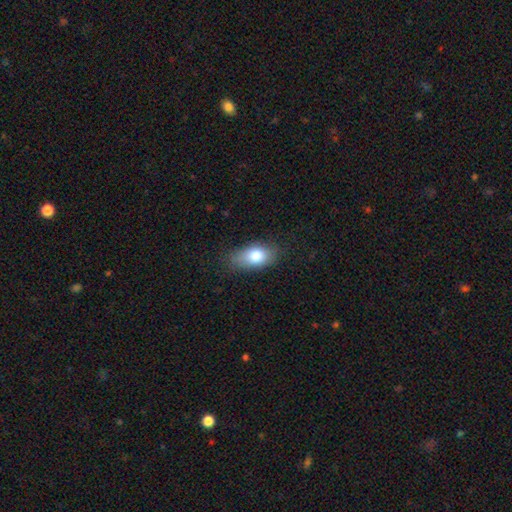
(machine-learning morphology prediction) smooth_or_featured: smooth (p=0.80) [alt: featured or disk p=0.12]
how_rounded: in between (p=0.87) [alt: round p=0.08]
merging: none (p=0.69) [alt: minor disturbance p=0.23]